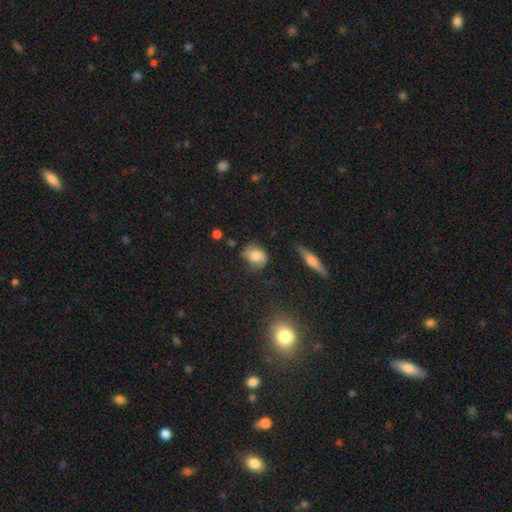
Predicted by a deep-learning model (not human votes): This appears to be a smooth galaxy with no disk features (67%) that is in between round and cigar-shaped (57%). Merging: none (58%).